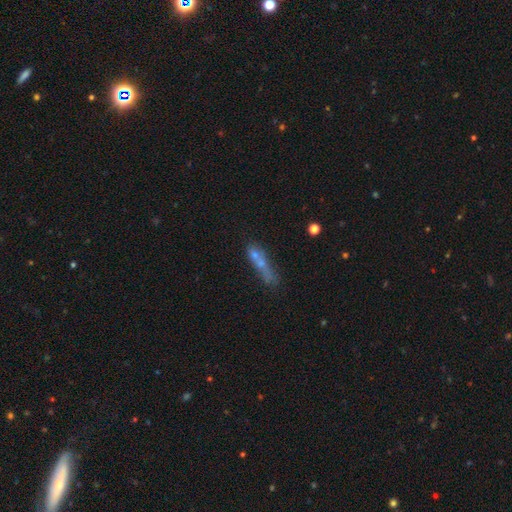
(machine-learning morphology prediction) Smooth or featured? Predicted: smooth (p=0.47). Merging? Predicted: none (p=0.37).